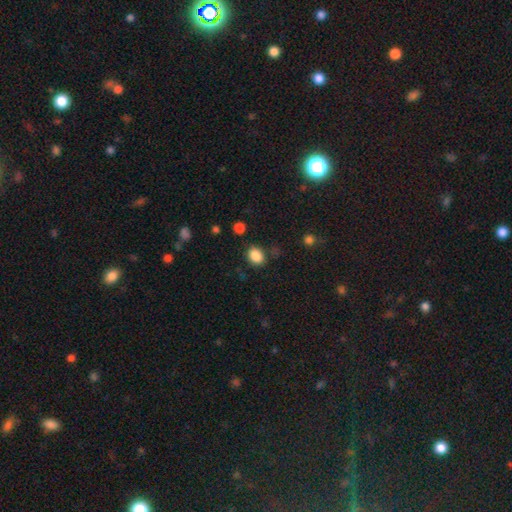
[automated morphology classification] Smooth or featured: smooth — 86% (star or artifact — 10%)
How rounded: in between — 57% (round — 42%)
Merging: none — 77% (minor disturbance — 15%)